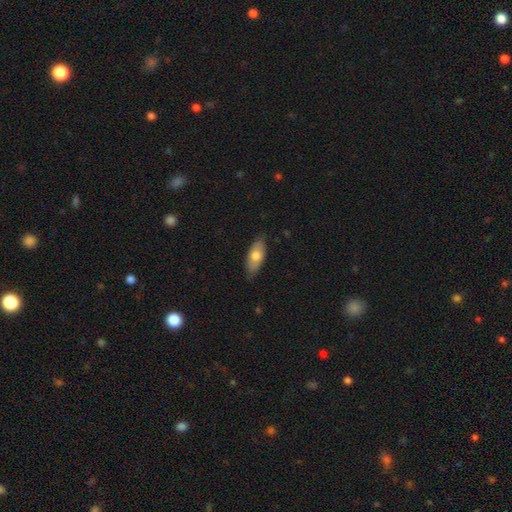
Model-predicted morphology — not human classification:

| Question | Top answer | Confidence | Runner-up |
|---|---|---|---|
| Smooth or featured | smooth | 70% | featured or disk (24%) |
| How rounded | in between | 82% | cigar-shaped (15%) |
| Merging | none | 79% | minor disturbance (17%) |